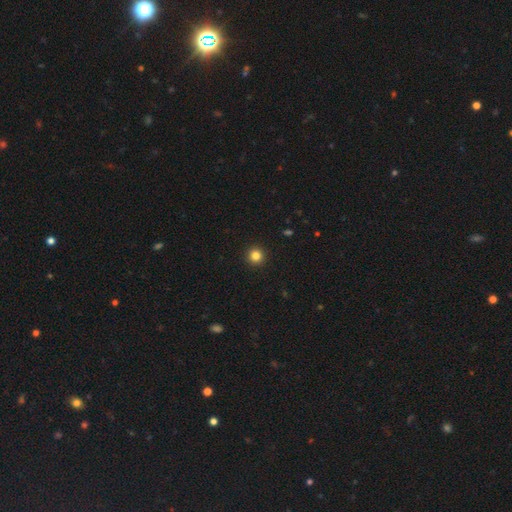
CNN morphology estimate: A smooth galaxy with no disk features (83%) that is round (96%). Merging: none (94%).